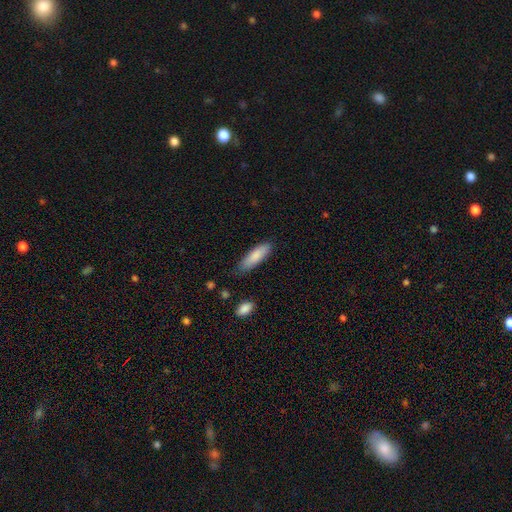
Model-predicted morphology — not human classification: This is clearly a smooth galaxy (85%). How rounded: possibly in between (49%, tied with cigar-shaped). Merging: likely none (75%).